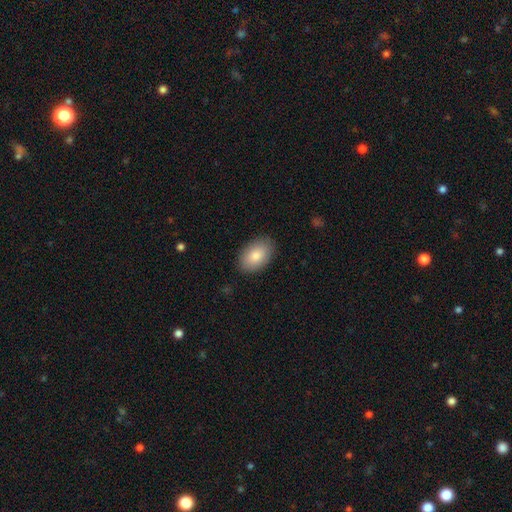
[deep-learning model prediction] The model was most divided on "smooth or featured": smooth: 84%, featured or disk: 10%, star or artifact: 6%. More confident: how rounded — in between (91%); merging — none (87%).